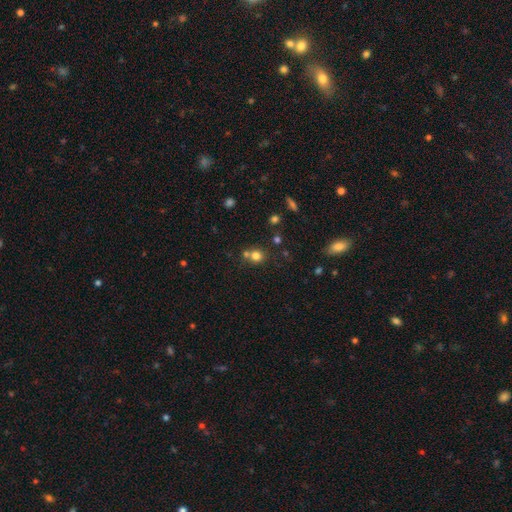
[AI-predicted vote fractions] Smooth or featured?
  - smooth: 77% *
  - star or artifact: 16%
  - featured or disk: 8%
How rounded?
  - round: 86% *
  - in between: 13%
  - cigar-shaped: 1%
Merging?
  - none: 56% *
  - merger: 32%
  - minor disturbance: 8%
  - major disturbance: 4%